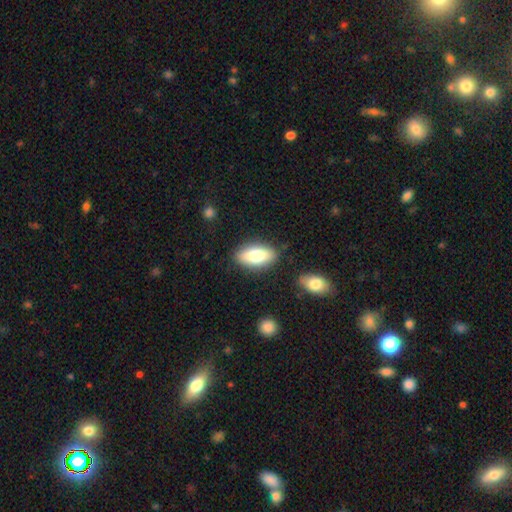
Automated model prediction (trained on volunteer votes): Smooth or featured? smooth (76%)
How rounded? in between (89%)
Merging? none (85%)